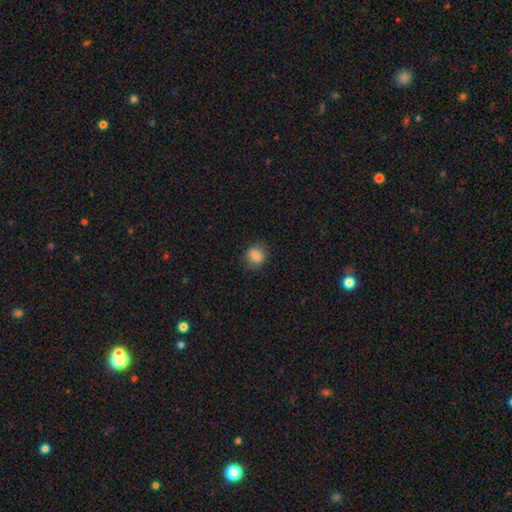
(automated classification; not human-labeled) A smooth galaxy with no disk features (82%) that is round (64%). Merging: none (81%).